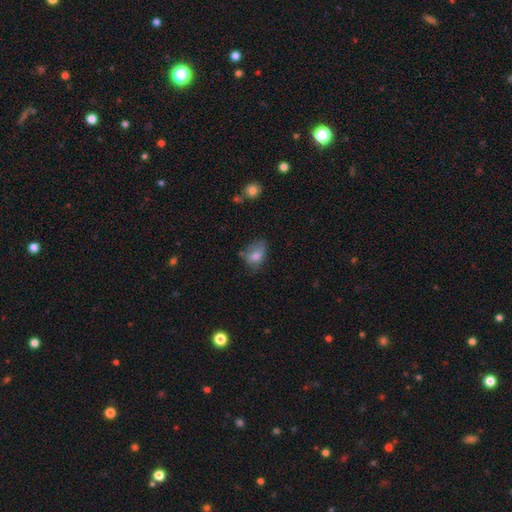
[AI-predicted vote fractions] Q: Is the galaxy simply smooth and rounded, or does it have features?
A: smooth — 73%.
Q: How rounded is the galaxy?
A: in between — 79%.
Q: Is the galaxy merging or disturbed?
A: none — 41%.